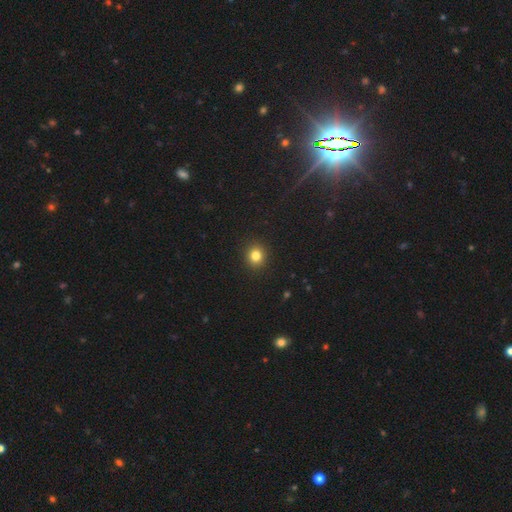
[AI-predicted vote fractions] smooth_or_featured: smooth (p=0.83) [alt: star or artifact p=0.12]
how_rounded: round (p=0.85) [alt: in between p=0.14]
merging: none (p=0.92) [alt: minor disturbance p=0.05]